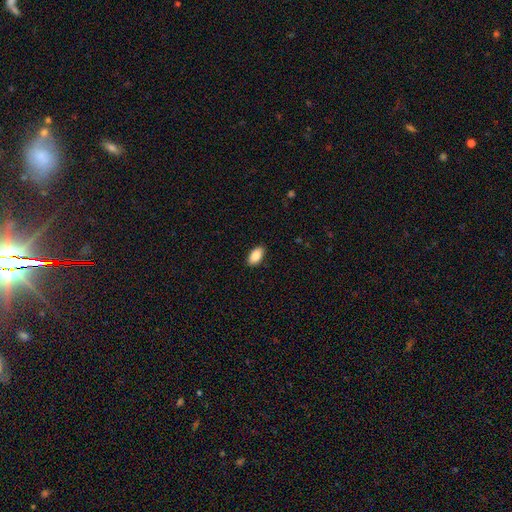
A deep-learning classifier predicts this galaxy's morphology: The model was most divided on "merging": none: 89%, minor disturbance: 9%, major disturbance: 2%, merger: 1%. More confident: how rounded — in between (94%); smooth or featured — smooth (87%).